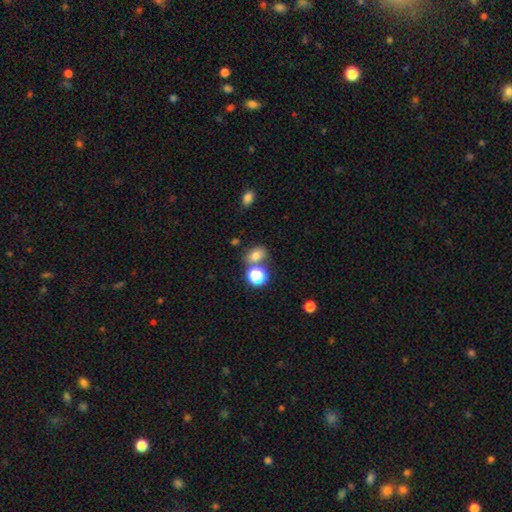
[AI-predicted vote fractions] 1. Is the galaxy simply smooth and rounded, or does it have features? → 72% smooth, 18% star or artifact, 10% featured or disk.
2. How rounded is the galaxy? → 55% in between, 43% round, 1% cigar-shaped.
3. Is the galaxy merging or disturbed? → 64% none, 19% merger, 12% minor disturbance, 5% major disturbance.